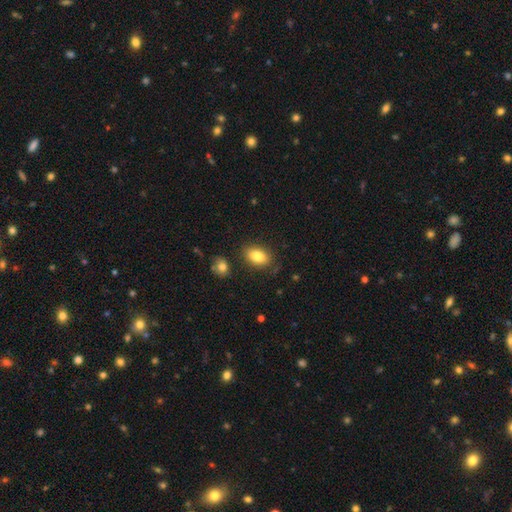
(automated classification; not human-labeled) The model was most divided on "merging": none: 83%, minor disturbance: 11%, merger: 3%, major disturbance: 3%. More confident: how rounded — in between (88%); smooth or featured — smooth (83%).